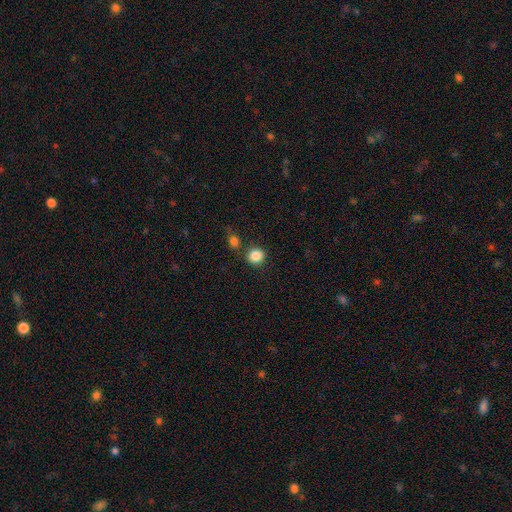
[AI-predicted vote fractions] This appears to be a smooth galaxy with no disk features (86%) that is round (86%). Merging: none (79%).